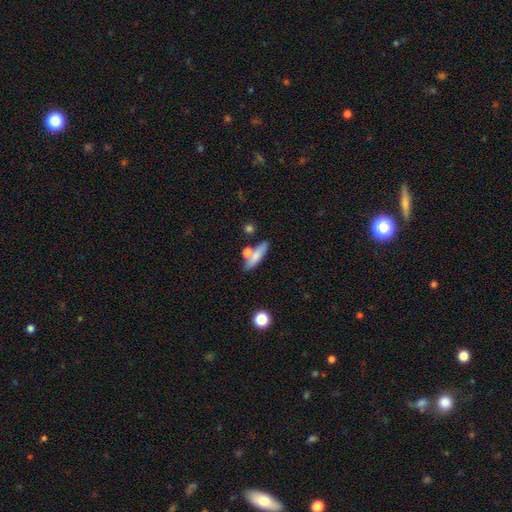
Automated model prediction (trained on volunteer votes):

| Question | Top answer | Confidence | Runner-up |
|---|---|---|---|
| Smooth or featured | smooth | 72% | featured or disk (20%) |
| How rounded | cigar-shaped | 60% | in between (35%) |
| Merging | none | 64% | merger (18%) |